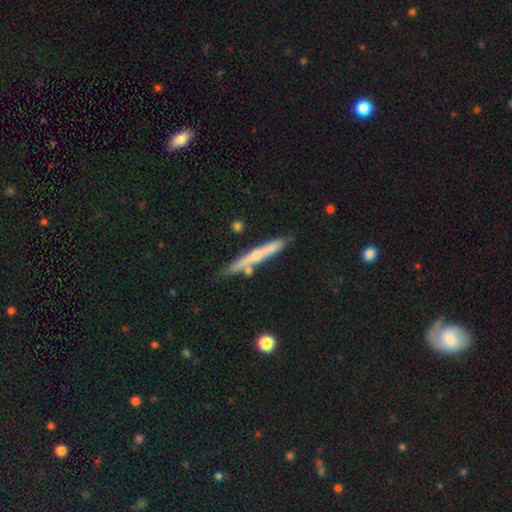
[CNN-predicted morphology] smooth-or-featured: featured or disk: 57% | smooth: 33% | star or artifact: 9%
  disk-edge-on: yes: 91% | no: 9%
    edge-on-bulge: rounded: 55% | none: 39% | boxy: 6%
  merging: none: 77% | minor disturbance: 15% | merger: 5% | major disturbance: 3%